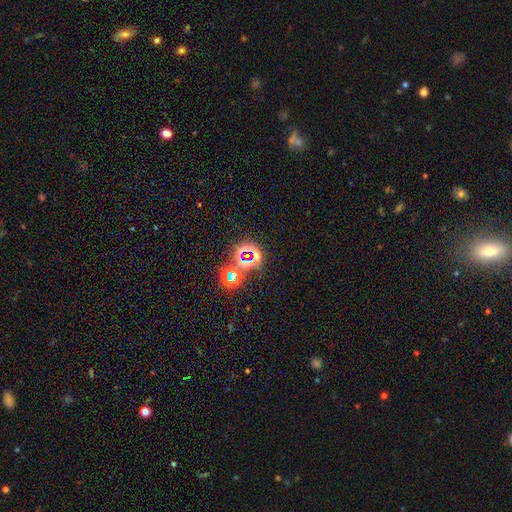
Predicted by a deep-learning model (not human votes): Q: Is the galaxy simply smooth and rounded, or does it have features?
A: star or artifact — 72%.